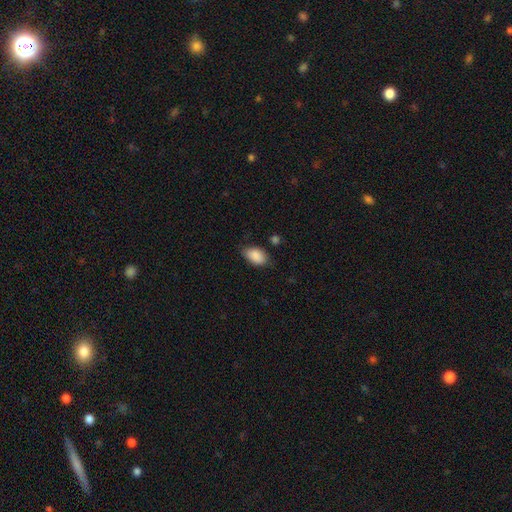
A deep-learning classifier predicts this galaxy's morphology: This is clearly a smooth galaxy (89%). How rounded: clearly in between (91%). Merging: likely none (76%).